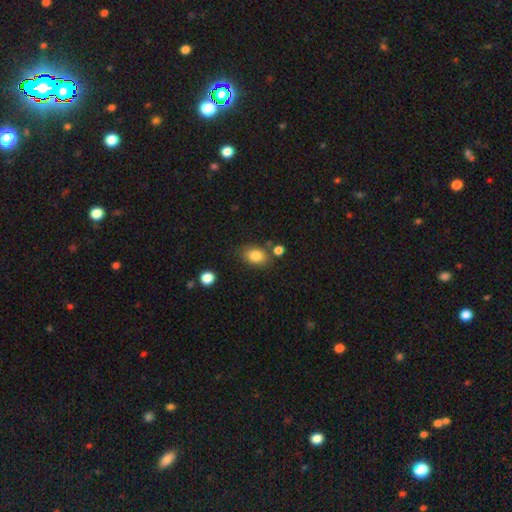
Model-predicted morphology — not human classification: smooth_or_featured: smooth (p=0.84) [alt: star or artifact p=0.09]
how_rounded: in between (p=0.75) [alt: round p=0.24]
merging: none (p=0.73) [alt: minor disturbance p=0.15]